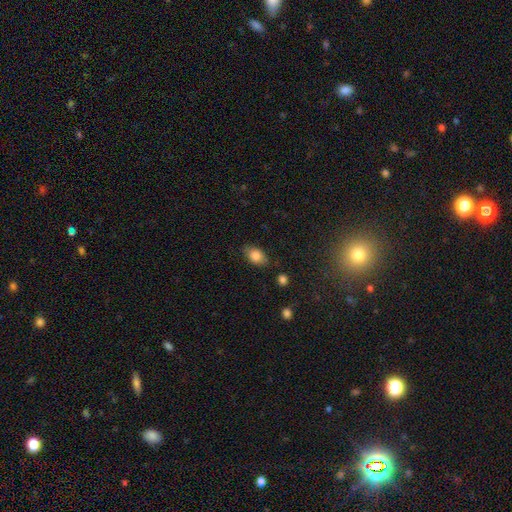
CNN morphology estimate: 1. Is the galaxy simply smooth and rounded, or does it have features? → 80% smooth, 12% featured or disk, 8% star or artifact.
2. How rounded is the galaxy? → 89% in between, 9% round, 3% cigar-shaped.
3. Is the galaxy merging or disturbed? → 81% none, 14% minor disturbance, 3% major disturbance, 2% merger.